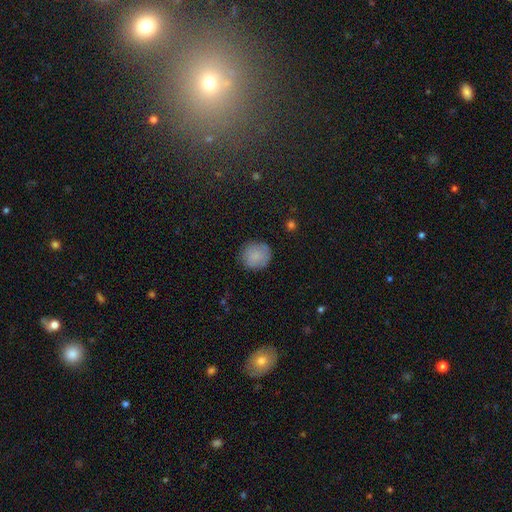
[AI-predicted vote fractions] Smooth or featured?
  - smooth: 79% *
  - featured or disk: 12%
  - star or artifact: 9%
How rounded?
  - round: 90% *
  - in between: 9%
  - cigar-shaped: 1%
Merging?
  - none: 80% *
  - minor disturbance: 15%
  - major disturbance: 4%
  - merger: 1%